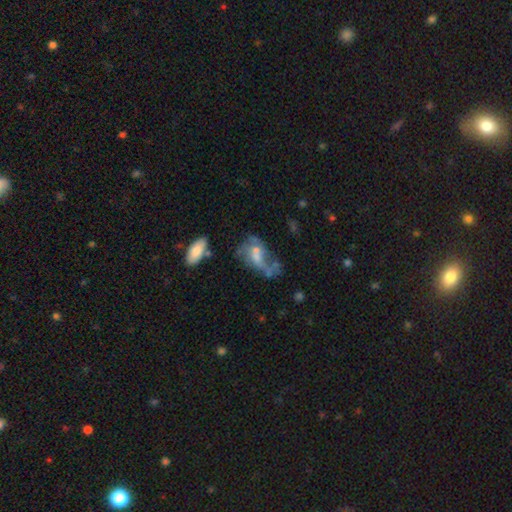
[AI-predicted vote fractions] Smooth or featured?
  - featured or disk: 57% *
  - smooth: 30%
  - star or artifact: 13%
Edge-on disk?
  - no: 95% *
  - yes: 5%
Bar?
  - no: 60% *
  - weak: 32%
  - strong: 8%
Spiral arms?
  - yes: 54% *
  - no: 46%
Bulge size?
  - small: 37% *
  - moderate: 32%
  - none: 24%
  - large: 5%
  - dominant: 2%
Merging?
  - major disturbance: 34% *
  - none: 30%
  - minor disturbance: 19%
  - merger: 17%